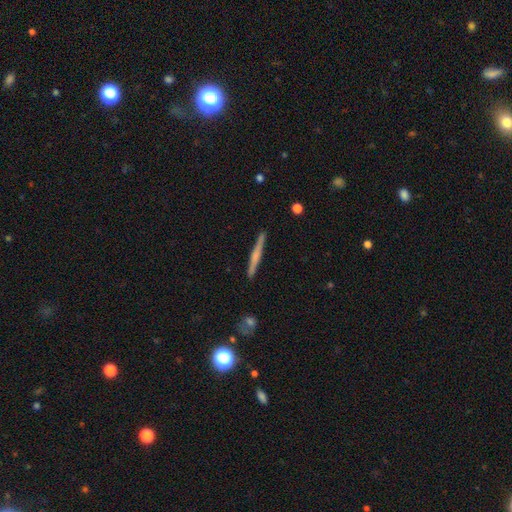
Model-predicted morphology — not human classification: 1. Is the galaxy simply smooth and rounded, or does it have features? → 55% featured or disk, 39% smooth, 6% star or artifact.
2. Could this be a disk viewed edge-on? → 98% yes, 2% no.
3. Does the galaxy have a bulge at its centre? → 46% none, 40% rounded, 14% boxy.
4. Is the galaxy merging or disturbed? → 91% none, 6% minor disturbance, 1% major disturbance, 1% merger.